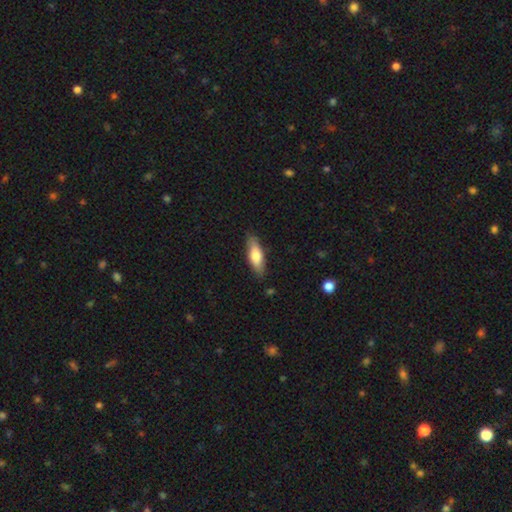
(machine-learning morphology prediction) Smooth or featured? smooth (73%)
How rounded? in between (60%)
Merging? none (83%)